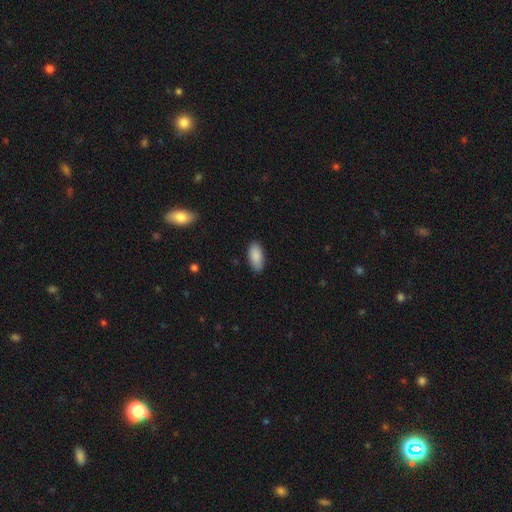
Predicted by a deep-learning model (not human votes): A smooth galaxy with no disk features (89%) that is in between round and cigar-shaped (90%).

Vote fractions:
- Smooth or featured? smooth: 89% / star or artifact: 6% / featured or disk: 5%
- How rounded? in between: 90% / cigar-shaped: 8% / round: 2%
- Merging? none: 85% / minor disturbance: 11% / major disturbance: 2% / merger: 1%